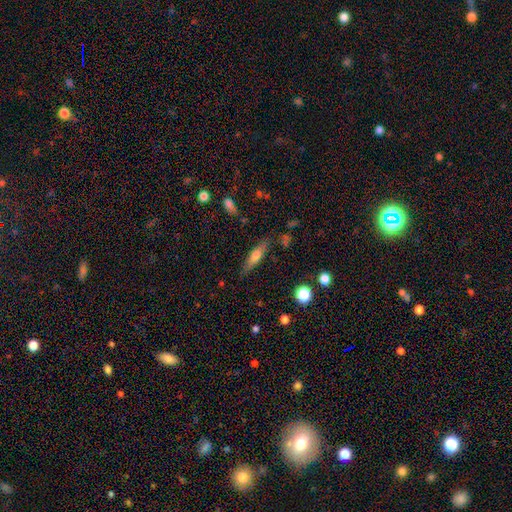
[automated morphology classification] smooth_or_featured: smooth (p=0.56) [alt: featured or disk p=0.36]
how_rounded: cigar-shaped (p=0.73) [alt: in between p=0.25]
merging: none (p=0.82) [alt: minor disturbance p=0.12]